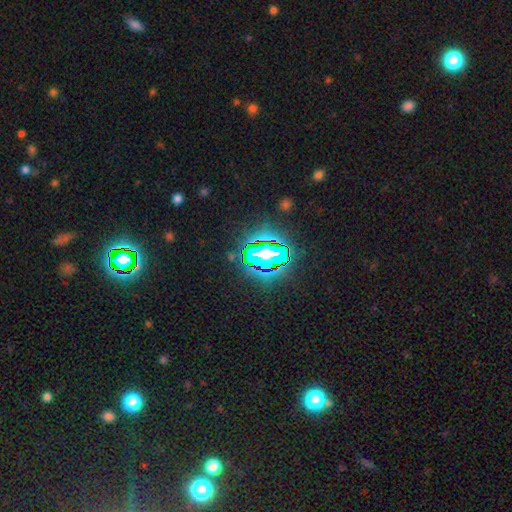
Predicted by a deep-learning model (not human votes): A star or artifact, not a galaxy (78%).

Vote fractions:
- Smooth or featured? star or artifact: 78% / smooth: 13% / featured or disk: 8%